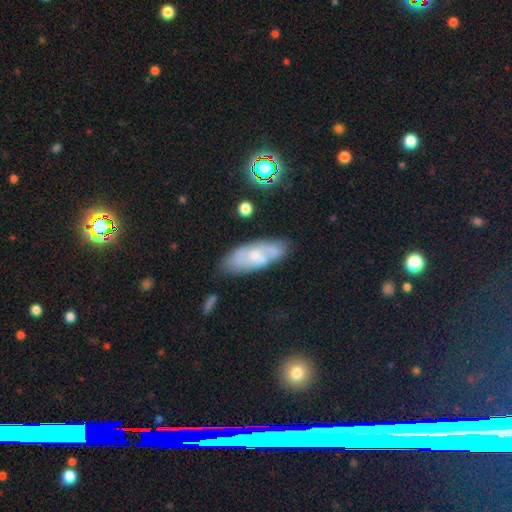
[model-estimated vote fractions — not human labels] The model was most divided on "bulge size": small: 53%, moderate: 36%, none: 7%, large: 3%, dominant: 1%. More confident: edge-on disk — no (87%); spiral arms — yes (75%); merging — none (70%); bar — no (65%); smooth or featured — featured or disk (58%).